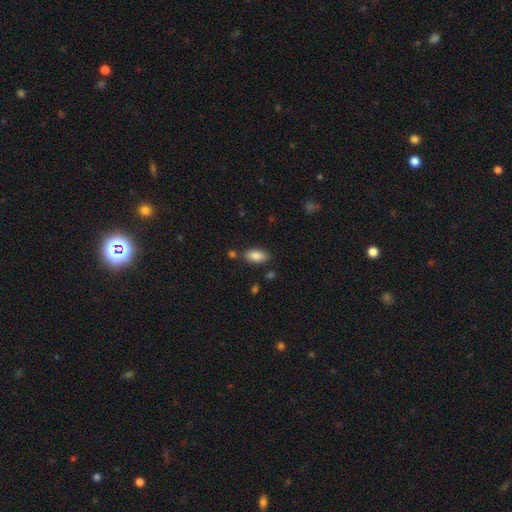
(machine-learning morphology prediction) type=smooth (87%); roundness=in between (93%); merging=none (81%).